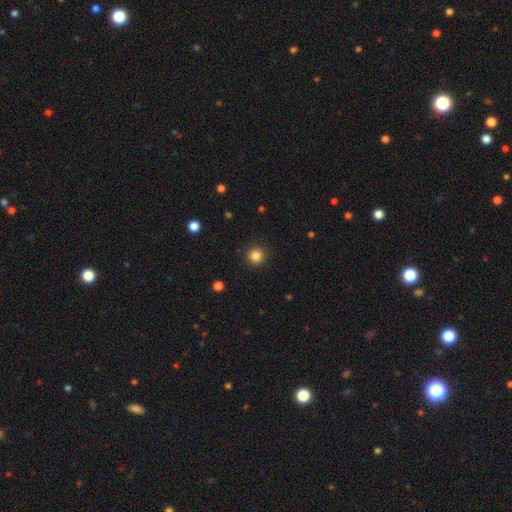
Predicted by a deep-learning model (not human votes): This appears to be a smooth galaxy with no disk features (84%) that is round (95%). Merging: none (92%).